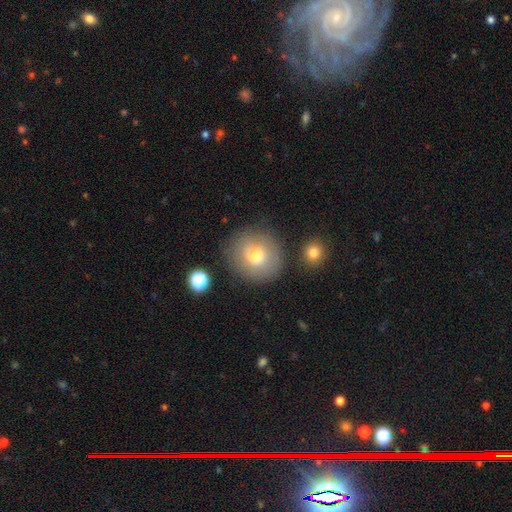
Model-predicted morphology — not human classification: Smooth or featured?
  - smooth: 72% *
  - featured or disk: 18%
  - star or artifact: 10%
How rounded?
  - round: 87% *
  - in between: 12%
  - cigar-shaped: 1%
Merging?
  - none: 78% *
  - minor disturbance: 13%
  - merger: 5%
  - major disturbance: 4%